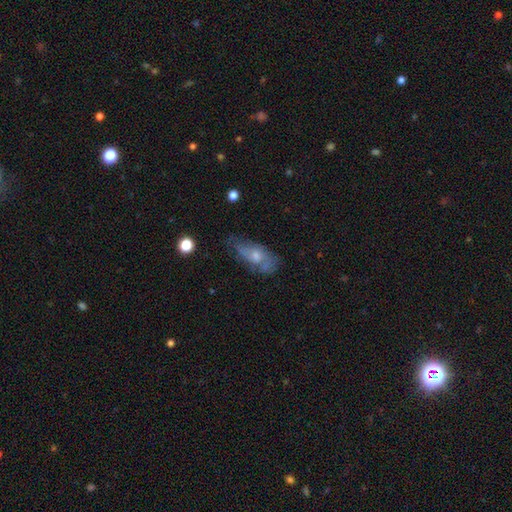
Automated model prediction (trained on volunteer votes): Smooth or featured?
  - featured or disk: 56% *
  - smooth: 33%
  - star or artifact: 10%
Edge-on disk?
  - no: 82% *
  - yes: 18%
Merging?
  - none: 56% *
  - minor disturbance: 28%
  - major disturbance: 13%
  - merger: 3%